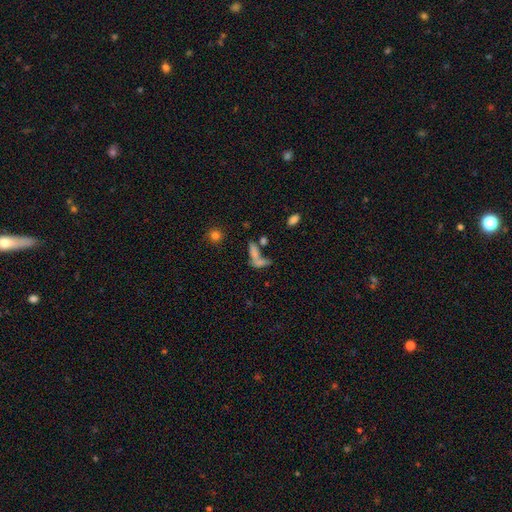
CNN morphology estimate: Smooth or featured?
  - smooth: 60% *
  - featured or disk: 24%
  - star or artifact: 16%
How rounded?
  - in between: 51% *
  - cigar-shaped: 40%
  - round: 8%
Merging?
  - merger: 47% *
  - none: 30%
  - major disturbance: 13%
  - minor disturbance: 11%